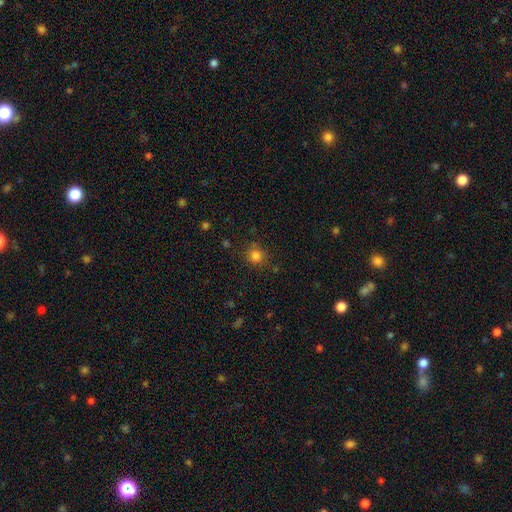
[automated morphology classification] type=smooth (82%); roundness=round (88%); merging=none (82%).